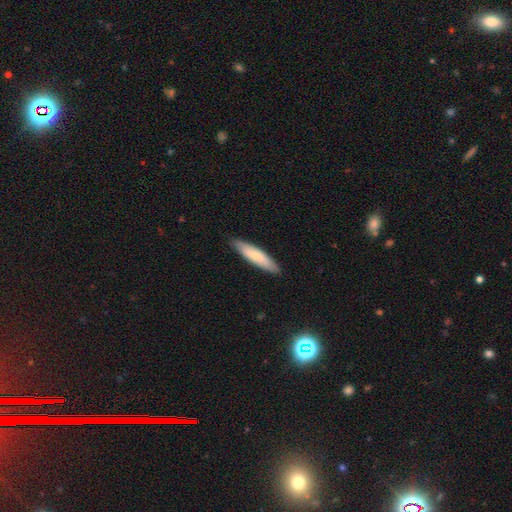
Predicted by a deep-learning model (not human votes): This is likely a smooth galaxy (71%). How rounded: likely cigar-shaped (76%). Merging: clearly none (88%).